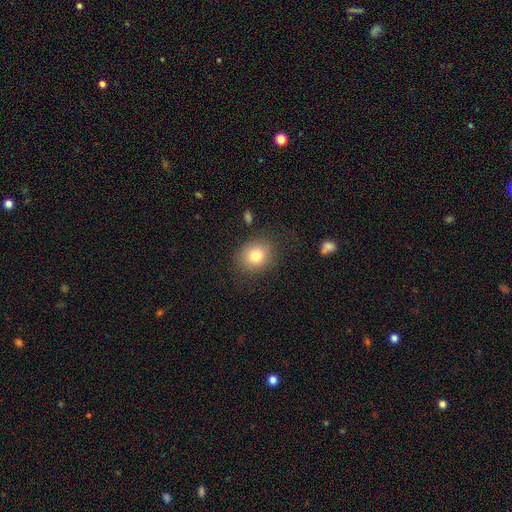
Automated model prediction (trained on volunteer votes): Smooth or featured?
  - smooth: 79% *
  - featured or disk: 11%
  - star or artifact: 11%
How rounded?
  - round: 68% *
  - in between: 31%
  - cigar-shaped: 1%
Merging?
  - none: 78% *
  - minor disturbance: 14%
  - major disturbance: 6%
  - merger: 2%